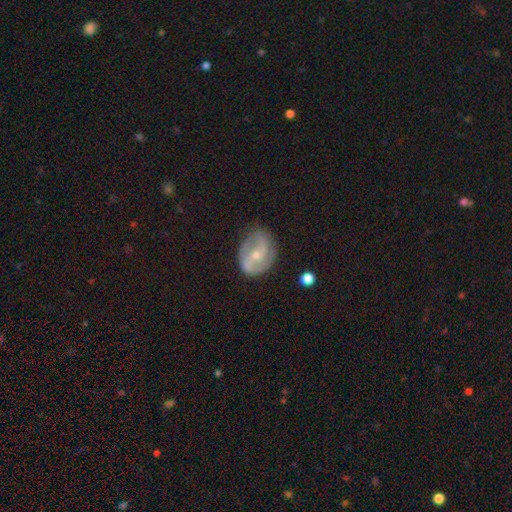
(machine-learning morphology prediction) Smooth or featured? Predicted: featured or disk (p=0.73). Edge-on disk? Predicted: no (p=0.97). Bar? Predicted: weak (p=0.43). Spiral arms? Predicted: yes (p=0.85). Spiral winding? Predicted: medium (p=0.45). Spiral arm count? Predicted: 2 (p=0.77). Bulge size? Predicted: small (p=0.53). Merging? Predicted: none (p=0.69).